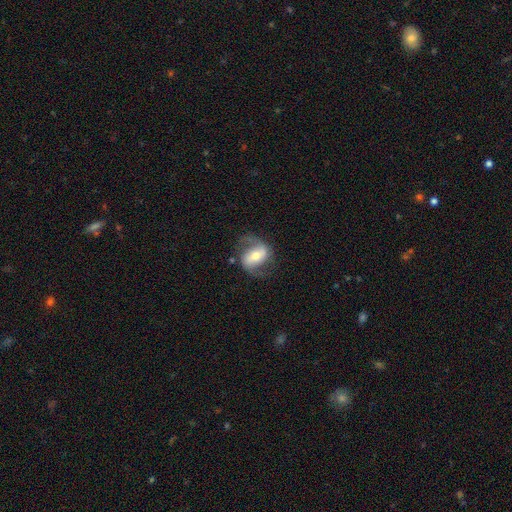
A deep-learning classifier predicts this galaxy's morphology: featured or disk 76%, smooth 17%, star or artifact 6%. Down the decision tree: edge-on disk — no (96%); bar — strong (38%); spiral arms — yes (91%); spiral arm count — 2 (89%); spiral winding — medium (45%); bulge size — moderate (59%); merging — none (70%).